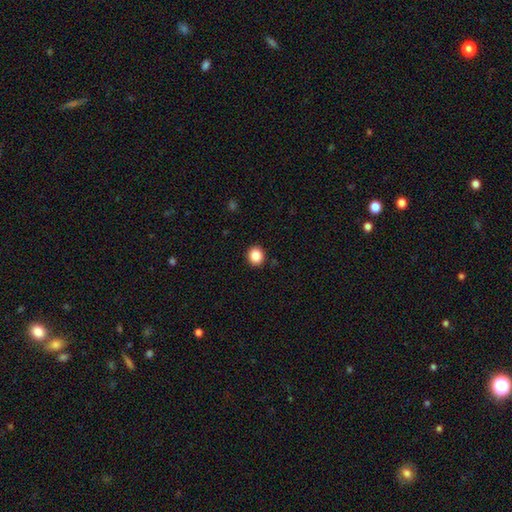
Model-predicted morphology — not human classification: smooth-or-featured: smooth: 87% | star or artifact: 9% | featured or disk: 4%
  how-rounded: round: 83% | in between: 16% | cigar-shaped: 1%
  merging: none: 92% | minor disturbance: 5% | major disturbance: 2% | merger: 1%